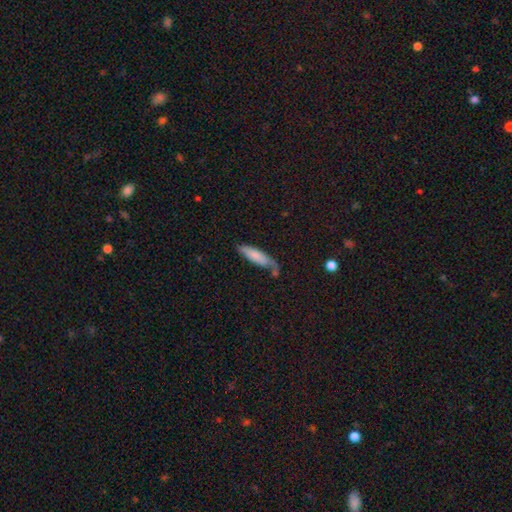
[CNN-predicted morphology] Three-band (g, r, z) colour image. It shows a smooth galaxy with no disk features (73%) that is cigar-shaped (63%). Merging: none (52%).